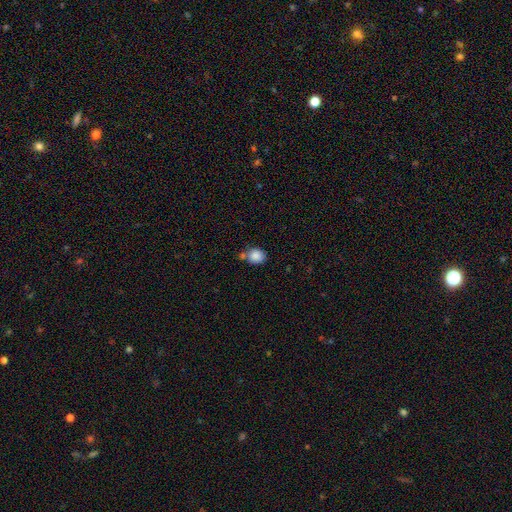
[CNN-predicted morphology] smooth 86%, star or artifact 9%, featured or disk 5%. Down the decision tree: how rounded — round (70%); merging — none (60%).